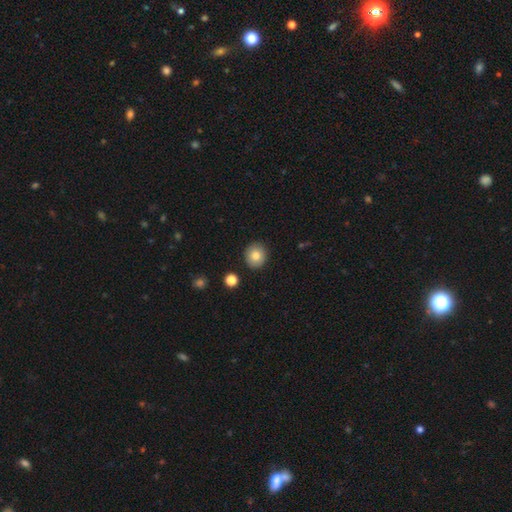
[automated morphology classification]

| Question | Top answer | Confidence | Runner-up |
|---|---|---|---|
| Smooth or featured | smooth | 80% | featured or disk (11%) |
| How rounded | round | 87% | in between (12%) |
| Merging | none | 90% | minor disturbance (7%) |